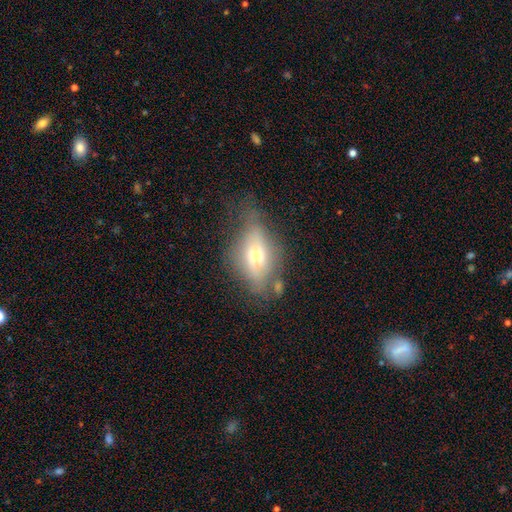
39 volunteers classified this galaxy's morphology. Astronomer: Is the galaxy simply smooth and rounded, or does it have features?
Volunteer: featured or disk — 56% (runner-up: smooth, 36%).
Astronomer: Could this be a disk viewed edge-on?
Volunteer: yes — 68%.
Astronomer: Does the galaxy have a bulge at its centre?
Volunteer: rounded — 100%.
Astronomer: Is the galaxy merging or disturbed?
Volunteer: none — 50%.